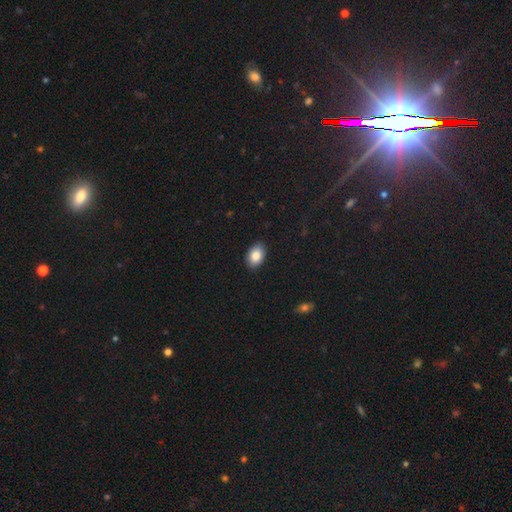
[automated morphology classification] A smooth galaxy with no disk features (86%) that is in between round and cigar-shaped (88%).

Vote fractions:
- Smooth or featured? smooth: 86% / star or artifact: 7% / featured or disk: 7%
- How rounded? in between: 88% / round: 11% / cigar-shaped: 1%
- Merging? none: 90% / minor disturbance: 8% / major disturbance: 2% / merger: 1%